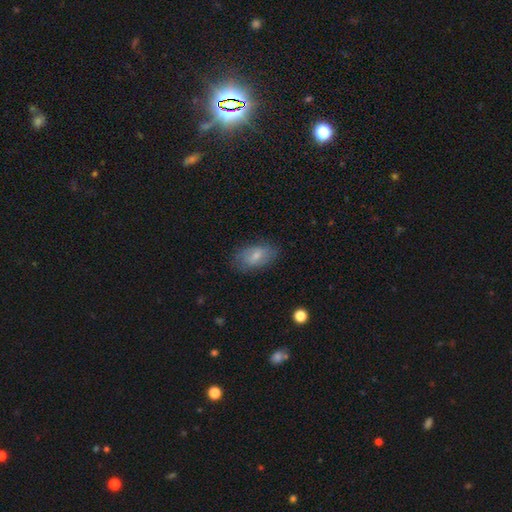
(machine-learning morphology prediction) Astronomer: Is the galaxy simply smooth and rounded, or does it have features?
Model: smooth — 65%.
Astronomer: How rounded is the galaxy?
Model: in between — 91%.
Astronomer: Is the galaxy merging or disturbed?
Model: none — 77%.